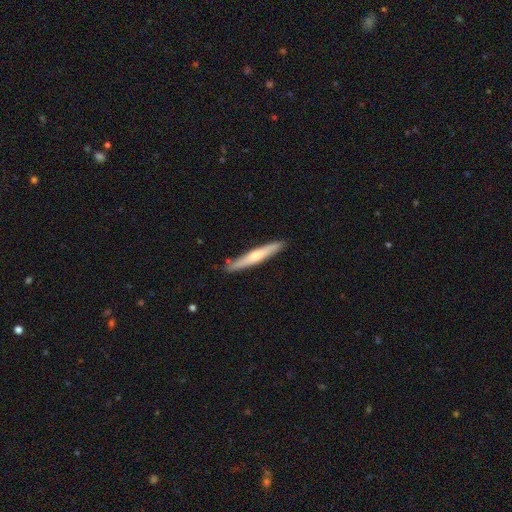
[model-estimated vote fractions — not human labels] smooth 50%, featured or disk 45%, star or artifact 5%. Down the decision tree: merging — none (87%).